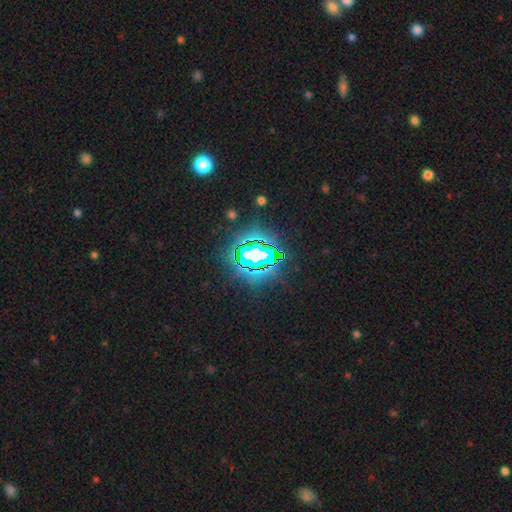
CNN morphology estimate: smooth_or_featured: star or artifact (p=0.76) [alt: featured or disk p=0.12]